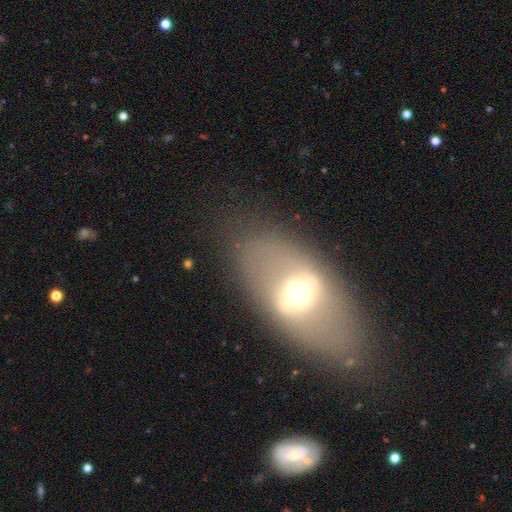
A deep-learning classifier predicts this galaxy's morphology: Q: Smooth or featured?
A: featured or disk (52%); runner-up: smooth (36%)
Q: Edge-on disk?
A: no (80%); runner-up: yes (20%)
Q: Merging?
A: none (78%); runner-up: minor disturbance (12%)